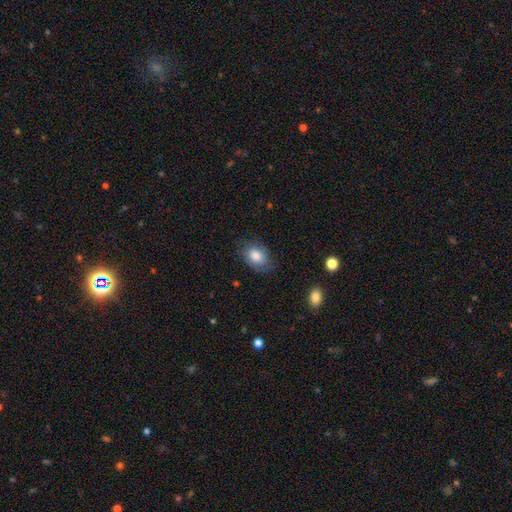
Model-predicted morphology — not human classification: Q: Smooth or featured?
A: smooth (72%); runner-up: featured or disk (20%)
Q: How rounded?
A: in between (70%); runner-up: round (29%)
Q: Merging?
A: none (71%); runner-up: minor disturbance (21%)